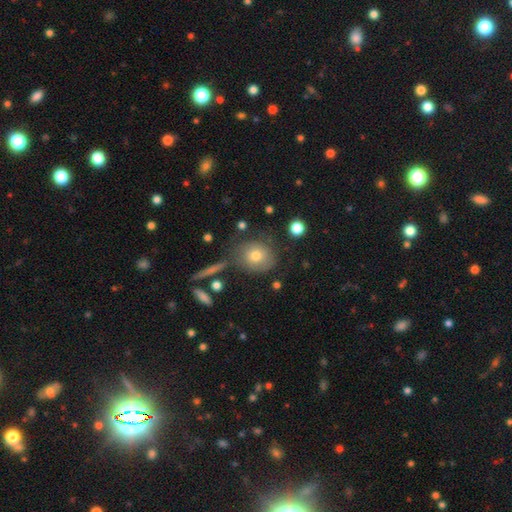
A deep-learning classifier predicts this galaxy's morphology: This appears to be a smooth galaxy with no disk features (69%) that is round (74%). Merging: none (68%).